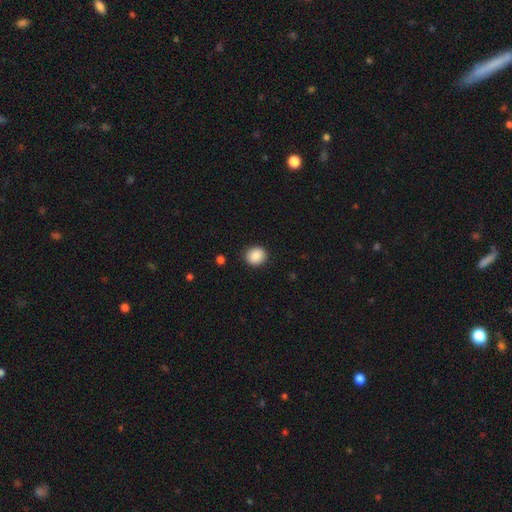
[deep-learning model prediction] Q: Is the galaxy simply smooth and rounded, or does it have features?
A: smooth — 89%.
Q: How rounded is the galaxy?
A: round — 78%.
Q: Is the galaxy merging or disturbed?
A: none — 90%.